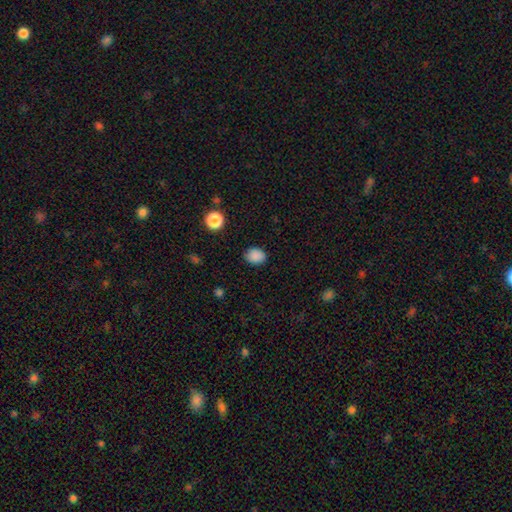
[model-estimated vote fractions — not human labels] Smooth or featured? Predicted: smooth (p=0.87). How rounded? Predicted: in between (p=0.55). Merging? Predicted: none (p=0.85).